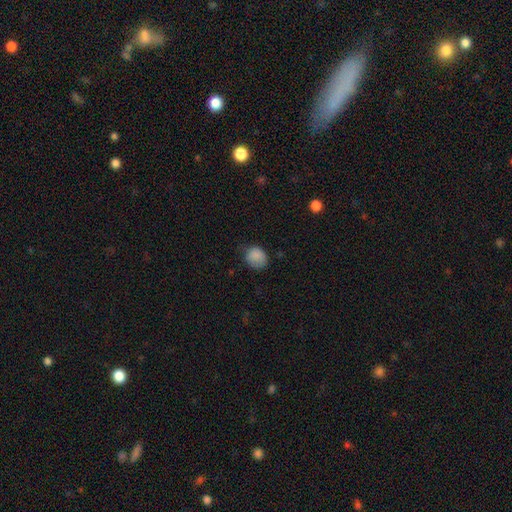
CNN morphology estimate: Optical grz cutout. It shows a smooth galaxy with no disk features (86%) that is round (63%). Merging: none (62%).